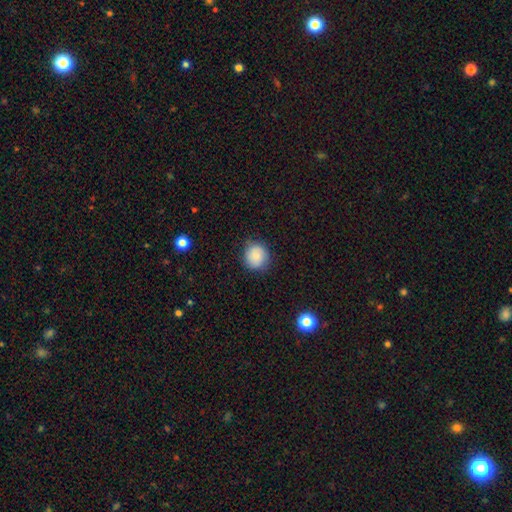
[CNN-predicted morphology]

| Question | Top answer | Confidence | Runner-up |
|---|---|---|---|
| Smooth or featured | smooth | 86% | star or artifact (8%) |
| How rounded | round | 88% | in between (12%) |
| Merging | none | 83% | minor disturbance (13%) |